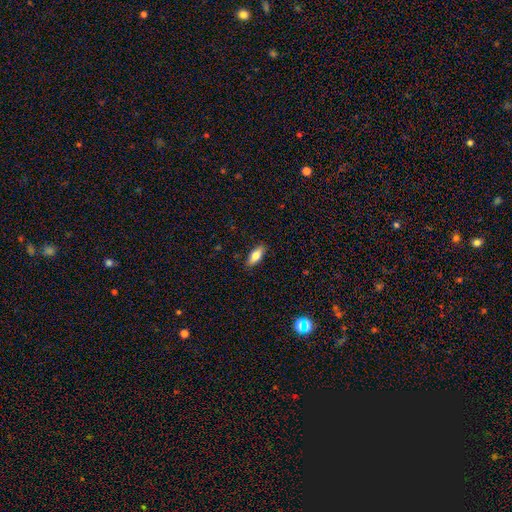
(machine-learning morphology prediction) smooth_or_featured: smooth (p=0.76) [alt: featured or disk p=0.17]
how_rounded: in between (p=0.77) [alt: cigar-shaped p=0.21]
merging: none (p=0.87) [alt: minor disturbance p=0.10]